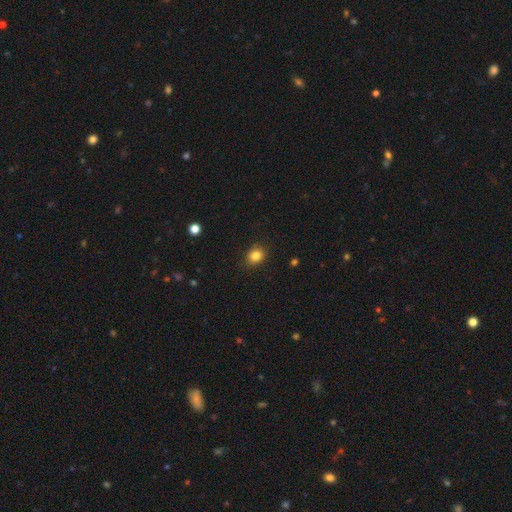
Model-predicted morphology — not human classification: This is clearly a smooth galaxy (84%). How rounded: possibly round (57%). Merging: clearly none (88%).